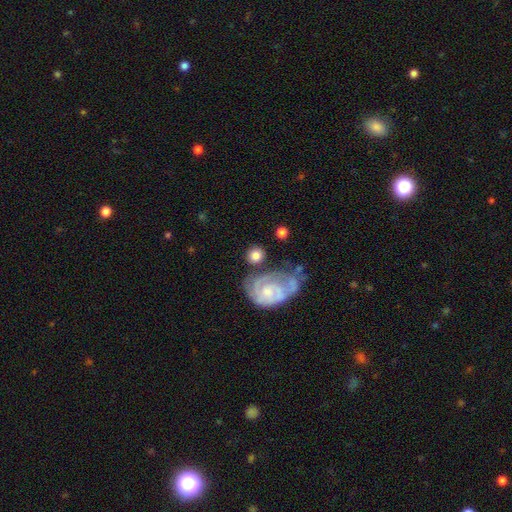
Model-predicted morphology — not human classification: Smooth or featured?
  - smooth: 70% *
  - featured or disk: 23%
  - star or artifact: 7%
How rounded?
  - round: 82% *
  - in between: 17%
  - cigar-shaped: 2%
Merging?
  - none: 66% *
  - minor disturbance: 14%
  - merger: 13%
  - major disturbance: 7%